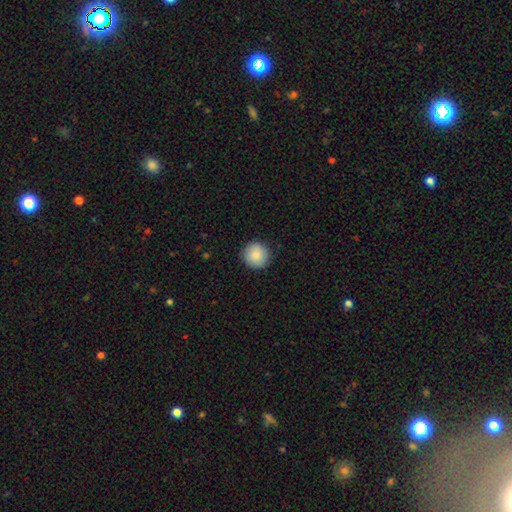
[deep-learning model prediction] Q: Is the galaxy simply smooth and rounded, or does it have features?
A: smooth — 87%.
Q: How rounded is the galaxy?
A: round — 95%.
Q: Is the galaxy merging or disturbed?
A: none — 90%.